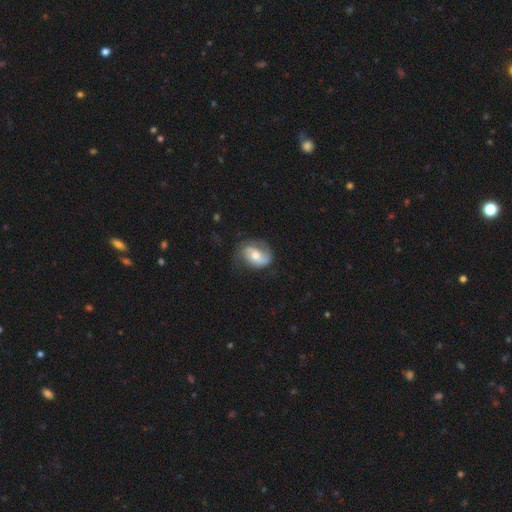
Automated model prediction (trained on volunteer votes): A featured or disk galaxy (65%) with no bar (48%), 2 (71%) medium (41%) spiral arms (88%) and a moderate central bulge (64%). Merging: none (61%).